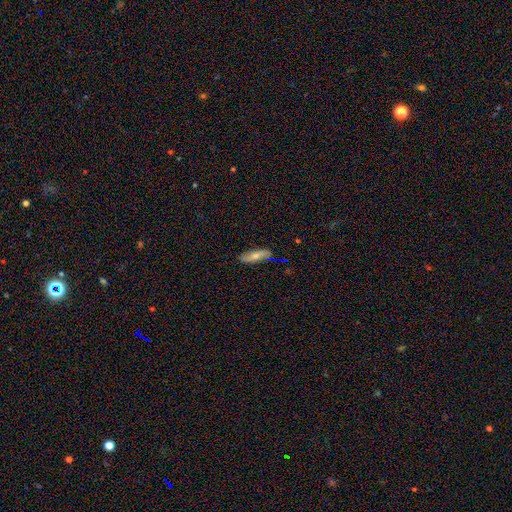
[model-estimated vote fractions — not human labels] smooth 54%, featured or disk 38%, star or artifact 9%. Down the decision tree: how rounded — cigar-shaped (50%); merging — none (79%).